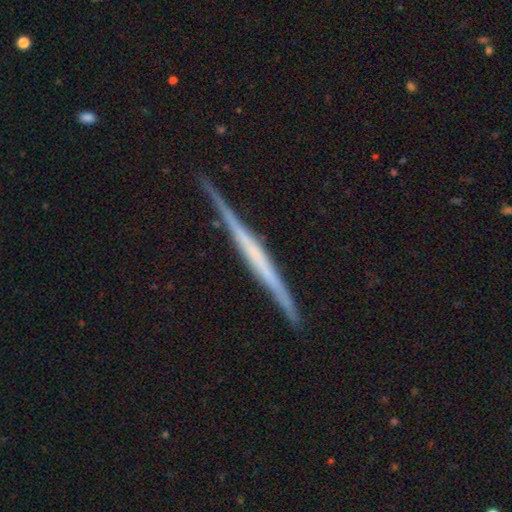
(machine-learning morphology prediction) Smooth or featured: featured or disk — 71% (smooth — 23%)
Edge-on disk: yes — 98% (no — 2%)
Edge-on bulge: none — 77% (rounded — 13%)
Merging: none — 87% (minor disturbance — 10%)